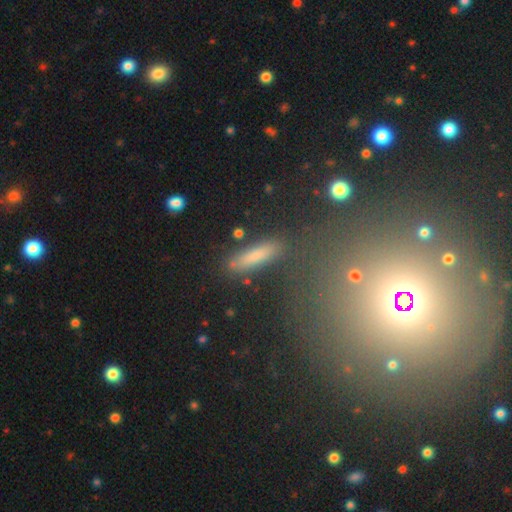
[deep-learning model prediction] This appears to be a smooth galaxy with no disk features (75%) that is cigar-shaped (77%). Merging: none (83%).